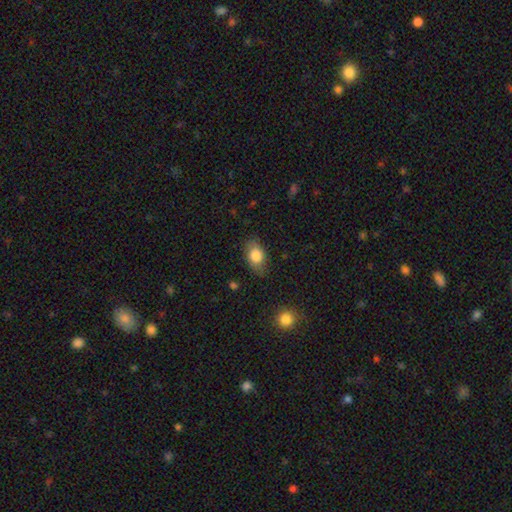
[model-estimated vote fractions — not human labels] Smooth or featured? smooth (82%)
How rounded? in between (86%)
Merging? none (79%)